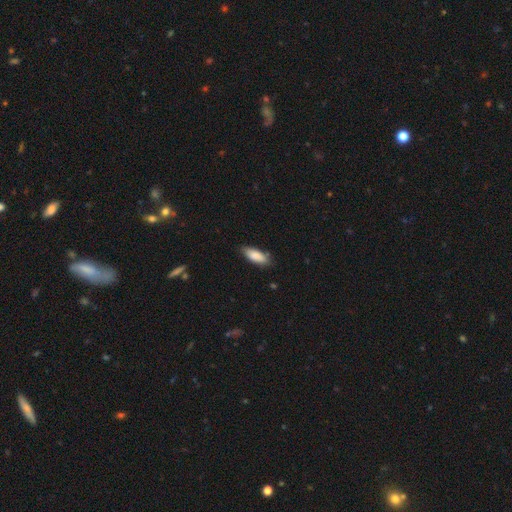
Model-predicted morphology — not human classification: smooth-or-featured: smooth: 85% | featured or disk: 8% | star or artifact: 6%
  how-rounded: in between: 75% | cigar-shaped: 24% | round: 2%
  merging: none: 76% | minor disturbance: 20% | major disturbance: 3% | merger: 2%